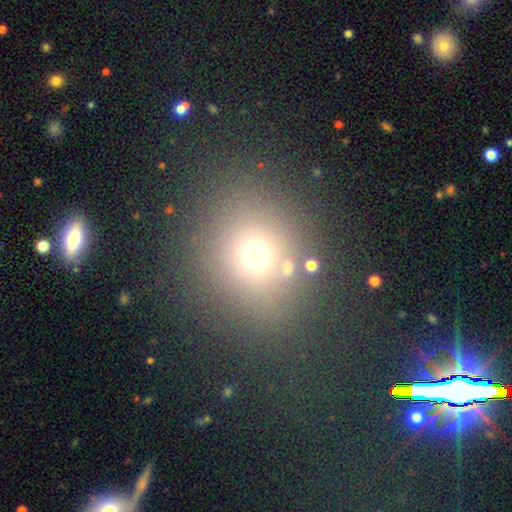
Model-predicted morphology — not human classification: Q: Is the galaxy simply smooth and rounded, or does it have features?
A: smooth — 66%.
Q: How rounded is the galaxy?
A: round — 77%.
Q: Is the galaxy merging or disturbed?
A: none — 78%.